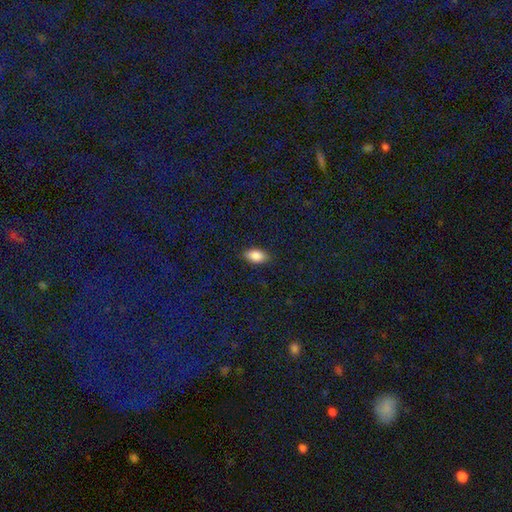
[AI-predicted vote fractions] Smooth or featured: smooth — 87% (star or artifact — 8%)
How rounded: in between — 93% (round — 4%)
Merging: none — 87% (minor disturbance — 9%)